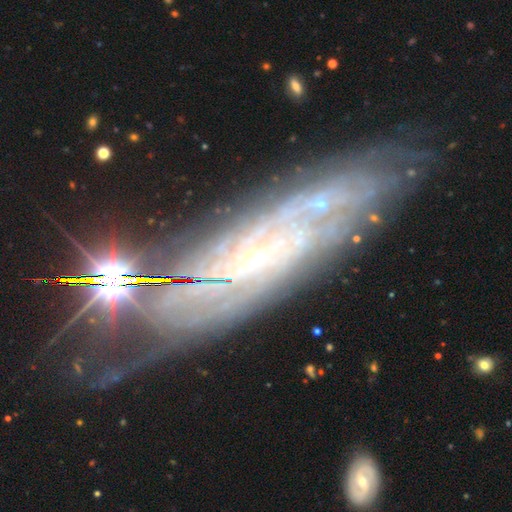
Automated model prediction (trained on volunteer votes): A featured or disk galaxy (82%) with no bar (62%), tight (71%) spiral arms (93%) and a small central bulge (84%). Merging: none (72%).